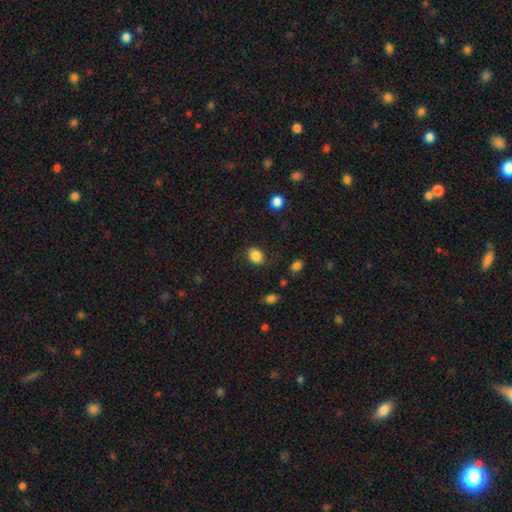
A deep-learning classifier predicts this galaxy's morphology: Q: Smooth or featured?
A: smooth (85%); runner-up: star or artifact (10%)
Q: How rounded?
A: round (58%); runner-up: in between (41%)
Q: Merging?
A: none (81%); runner-up: minor disturbance (13%)